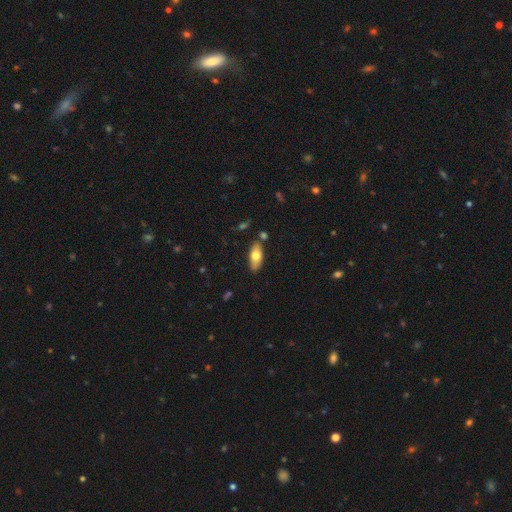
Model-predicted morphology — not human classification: smooth 68%, featured or disk 26%, star or artifact 6%. Down the decision tree: how rounded — in between (80%); merging — none (82%).